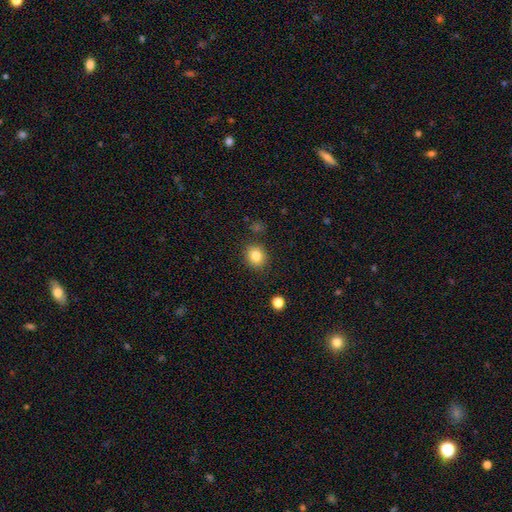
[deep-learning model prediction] smooth 83%, star or artifact 10%, featured or disk 6%. Down the decision tree: how rounded — round (74%); merging — none (86%).